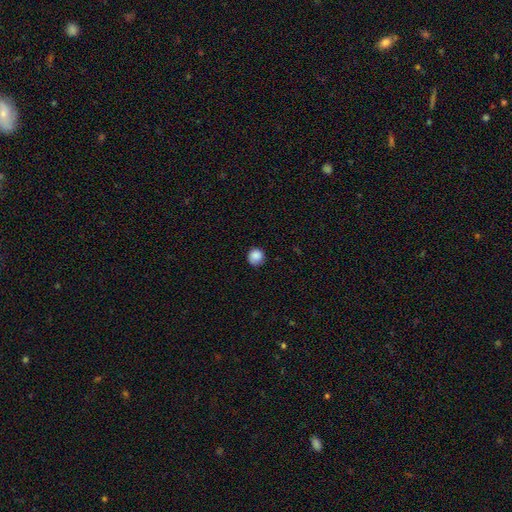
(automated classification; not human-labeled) Smooth or featured? smooth (87%)
How rounded? round (91%)
Merging? none (82%)